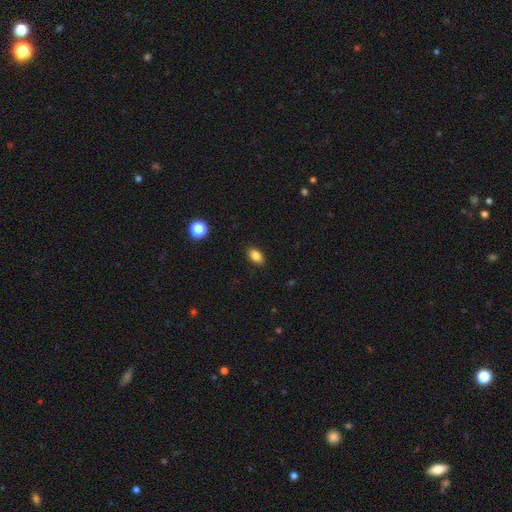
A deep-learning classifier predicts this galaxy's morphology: Q: Smooth or featured?
A: smooth (85%); runner-up: star or artifact (10%)
Q: How rounded?
A: in between (88%); runner-up: round (10%)
Q: Merging?
A: none (89%); runner-up: minor disturbance (8%)